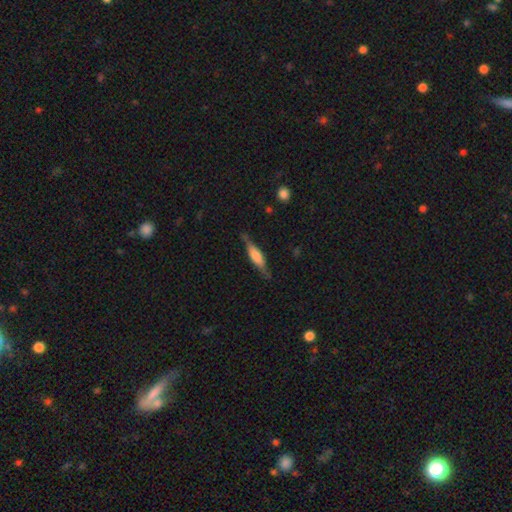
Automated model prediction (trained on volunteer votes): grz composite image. It shows a smooth galaxy with no disk features (48%). Merging: none (76%).